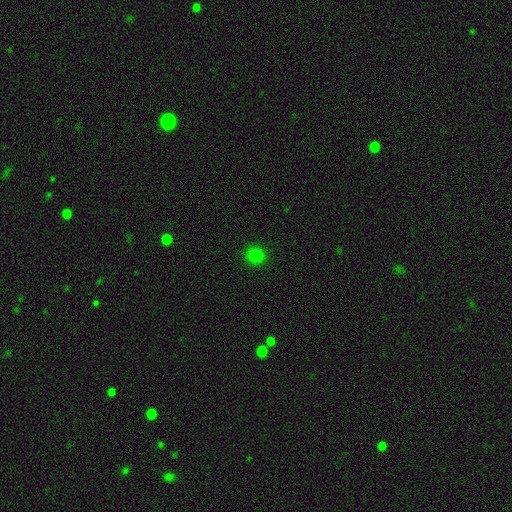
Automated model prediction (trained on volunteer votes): This is likely a smooth galaxy (80%). How rounded: clearly round (87%). Merging: clearly none (89%).